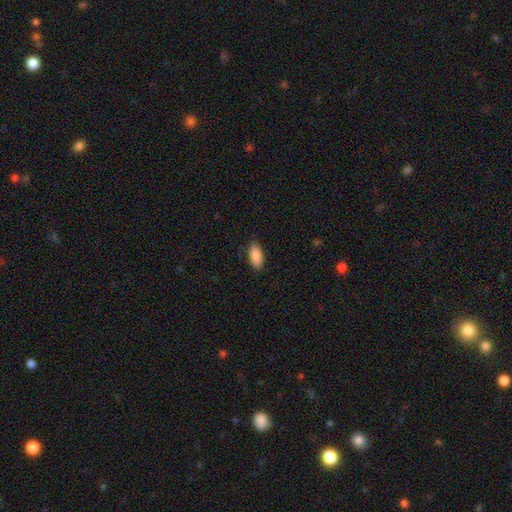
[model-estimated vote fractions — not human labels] This appears to be a smooth galaxy with no disk features (88%) that is in between round and cigar-shaped (89%). Merging: none (85%).